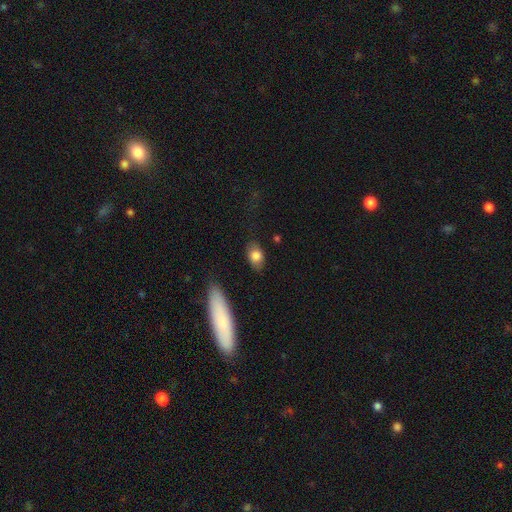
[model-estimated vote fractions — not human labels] Overall: smooth (81%). How rounded: in between (81%). Merging: none (79%).